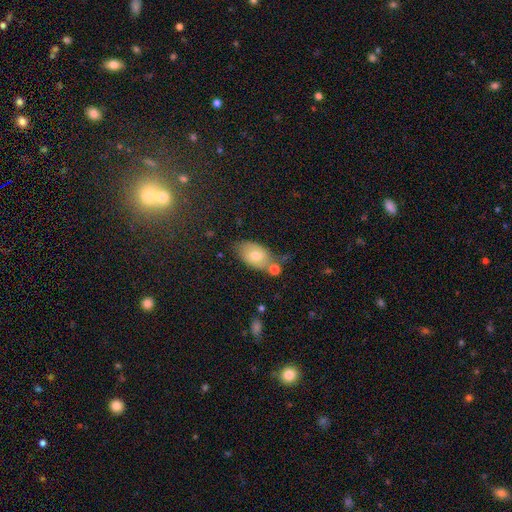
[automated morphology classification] type=smooth (69%); roundness=in between (88%); merging=none (50%).